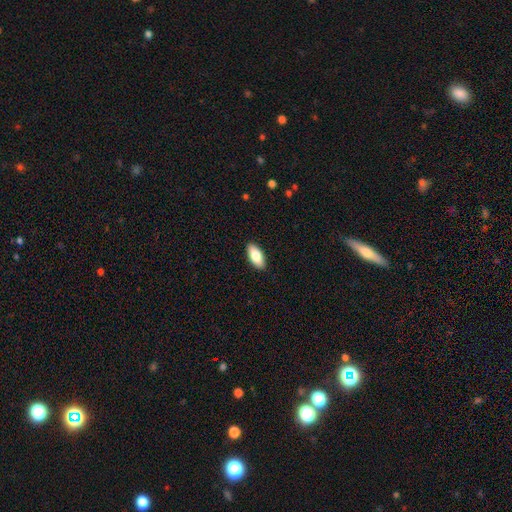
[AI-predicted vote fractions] smooth 80%, featured or disk 14%, star or artifact 6%. Down the decision tree: how rounded — in between (89%); merging — none (90%).